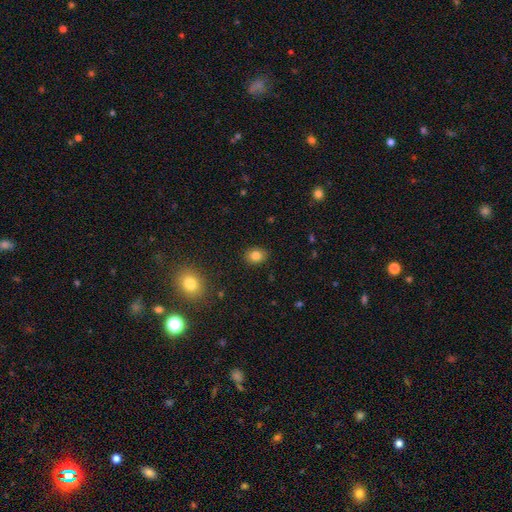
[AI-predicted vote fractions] Smooth or featured? Predicted: smooth (p=0.83). How rounded? Predicted: in between (p=0.52). Merging? Predicted: none (p=0.88).